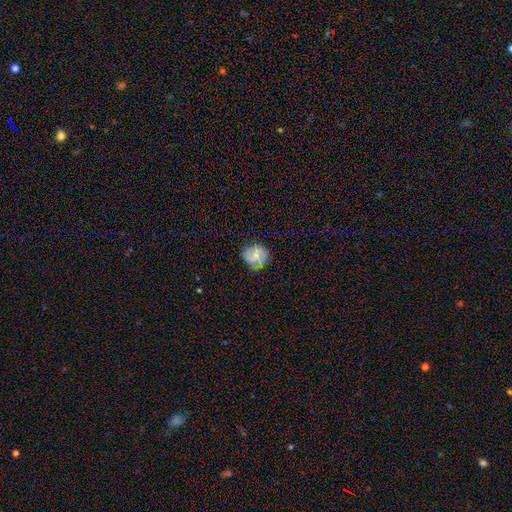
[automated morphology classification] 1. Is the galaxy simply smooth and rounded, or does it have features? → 56% smooth, 36% featured or disk, 8% star or artifact.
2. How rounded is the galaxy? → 83% round, 16% in between, 1% cigar-shaped.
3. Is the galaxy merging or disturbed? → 77% none, 17% minor disturbance, 4% major disturbance, 1% merger.